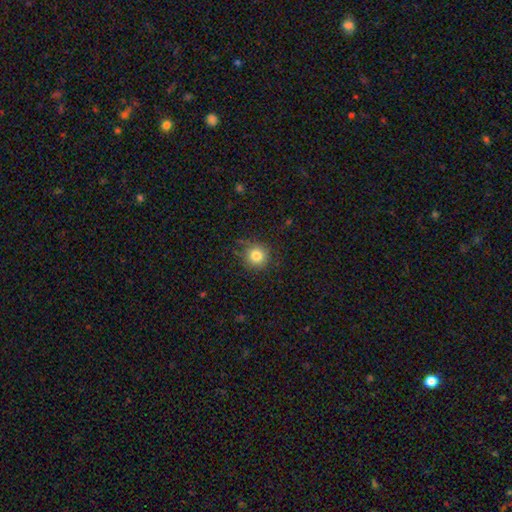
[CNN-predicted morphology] Overall: smooth (82%). How rounded: round (94%). Merging: none (83%).